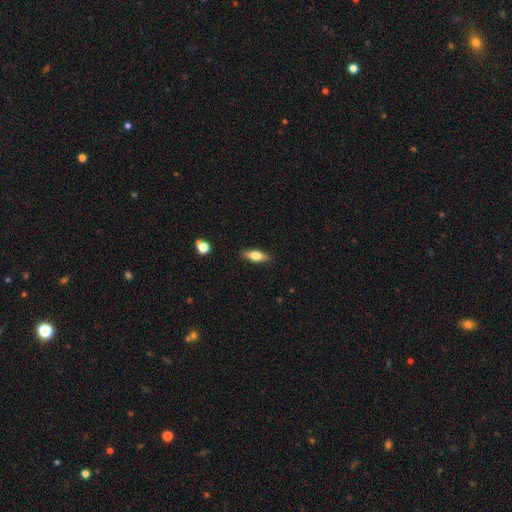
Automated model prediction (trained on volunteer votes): A smooth galaxy with no disk features (67%) that is in between round and cigar-shaped (60%). Merging: none (87%).